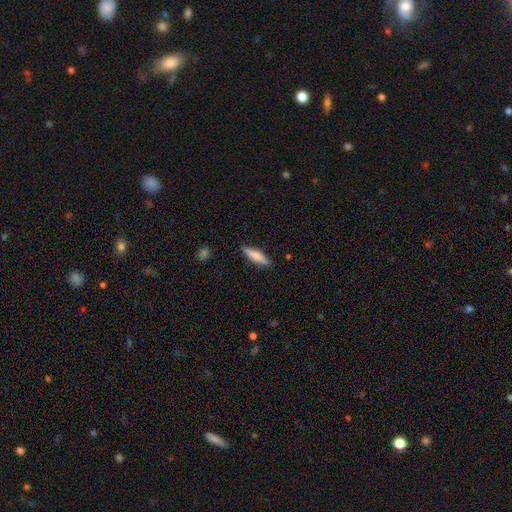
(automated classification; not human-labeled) A smooth galaxy with no disk features (73%) that is cigar-shaped (74%).

Vote fractions:
- Smooth or featured? smooth: 73% / featured or disk: 21% / star or artifact: 6%
- How rounded? cigar-shaped: 74% / in between: 24% / round: 2%
- Merging? none: 88% / minor disturbance: 9% / major disturbance: 2% / merger: 1%